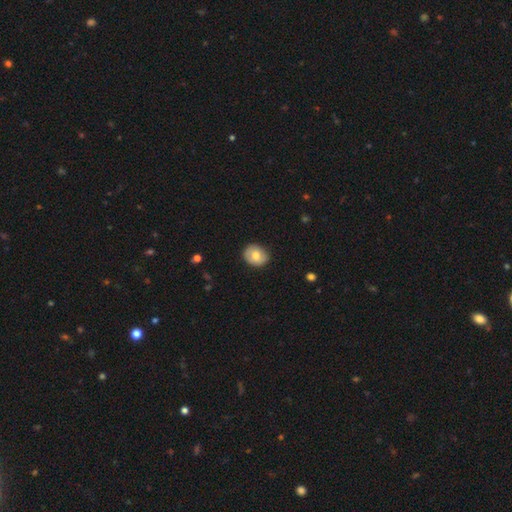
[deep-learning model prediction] Smooth or featured: smooth — 72% (featured or disk — 21%)
How rounded: round — 61% (in between — 39%)
Merging: none — 81% (minor disturbance — 15%)